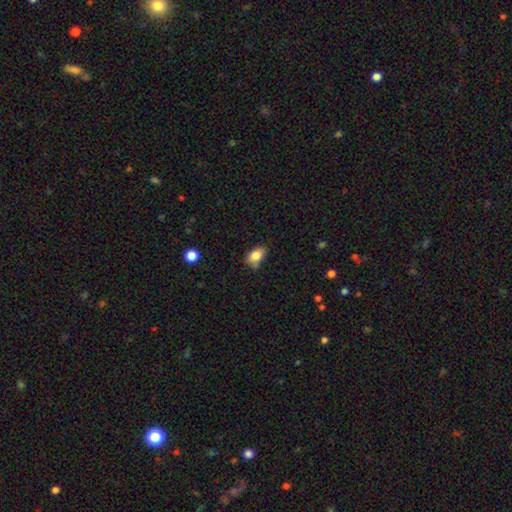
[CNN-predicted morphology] smooth 85%, star or artifact 8%, featured or disk 7%. Down the decision tree: how rounded — in between (88%); merging — none (73%).